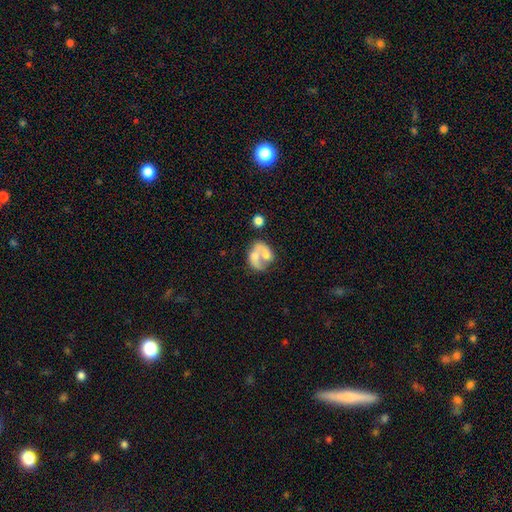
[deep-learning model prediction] Smooth or featured? Predicted: featured or disk (p=0.50). Edge-on disk? Predicted: no (p=0.97). Merging? Predicted: merger (p=0.48).